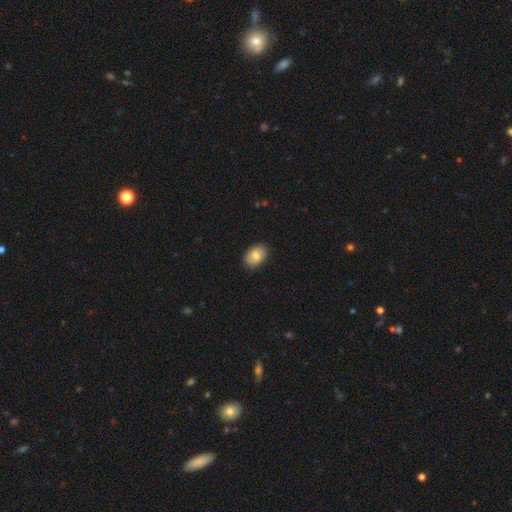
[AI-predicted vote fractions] This is clearly a smooth galaxy (83%). How rounded: clearly in between (86%). Merging: clearly none (85%).